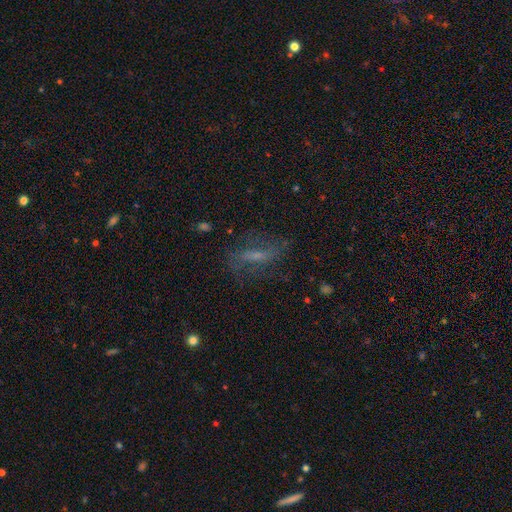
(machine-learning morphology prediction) smooth_or_featured: featured or disk (p=0.52) [alt: smooth p=0.31]
disk_edge_on: no (p=0.76) [alt: yes p=0.24]
merging: none (p=0.66) [alt: minor disturbance p=0.18]